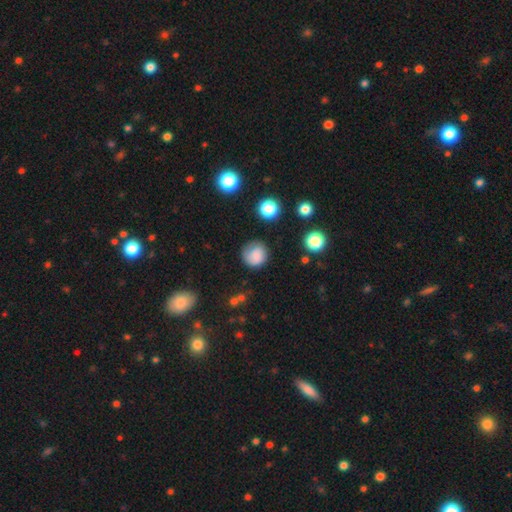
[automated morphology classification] Smooth or featured? Predicted: smooth (p=0.76). How rounded? Predicted: round (p=0.89). Merging? Predicted: none (p=0.71).